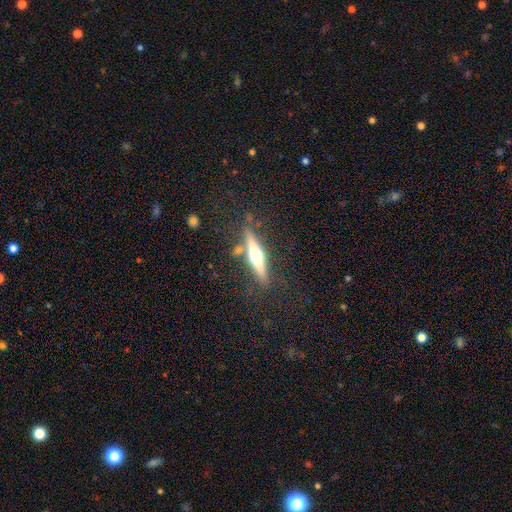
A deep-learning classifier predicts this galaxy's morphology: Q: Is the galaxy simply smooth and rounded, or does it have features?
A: featured or disk — 66%.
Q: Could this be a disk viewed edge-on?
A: yes — 95%.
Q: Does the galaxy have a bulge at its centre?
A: rounded — 92%.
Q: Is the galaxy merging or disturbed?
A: none — 76%.